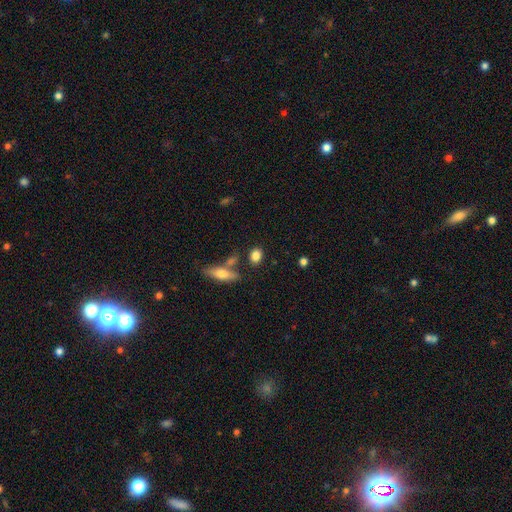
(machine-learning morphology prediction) smooth_or_featured: smooth (p=0.82) [alt: featured or disk p=0.10]
how_rounded: in between (p=0.59) [alt: round p=0.36]
merging: none (p=0.75) [alt: minor disturbance p=0.11]